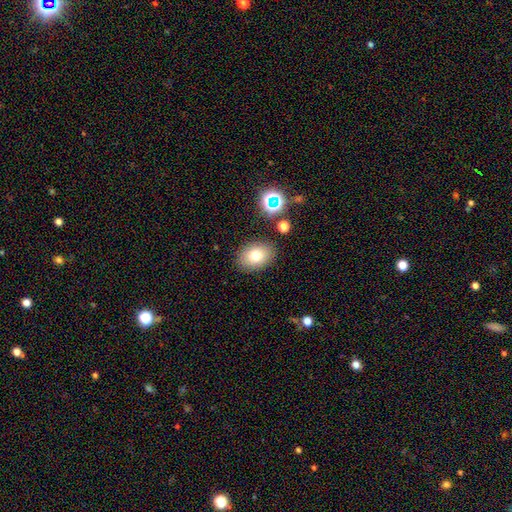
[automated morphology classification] A smooth galaxy with no disk features (75%) that is in between round and cigar-shaped (74%).

Vote fractions:
- Smooth or featured? smooth: 75% / featured or disk: 12% / star or artifact: 12%
- How rounded? in between: 74% / round: 25% / cigar-shaped: 1%
- Merging? none: 85% / minor disturbance: 9% / major disturbance: 3% / merger: 3%